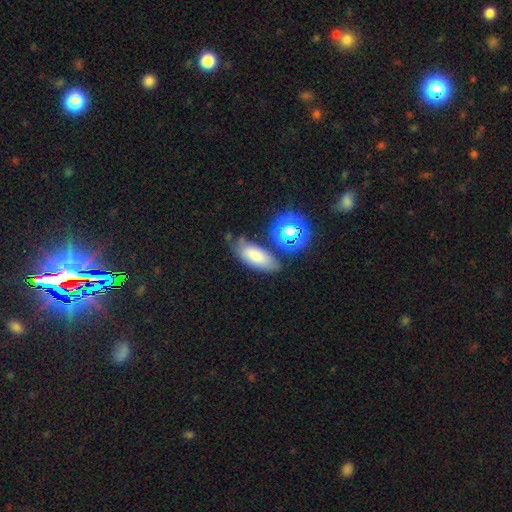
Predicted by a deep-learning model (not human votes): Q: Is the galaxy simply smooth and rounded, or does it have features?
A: smooth — 71%.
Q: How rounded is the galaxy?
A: in between — 82%.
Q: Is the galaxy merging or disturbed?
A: none — 66%.